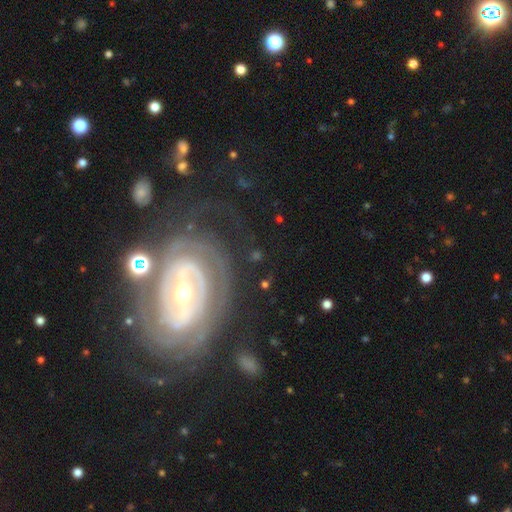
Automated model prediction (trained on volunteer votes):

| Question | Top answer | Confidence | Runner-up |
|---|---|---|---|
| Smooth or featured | featured or disk | 79% | smooth (13%) |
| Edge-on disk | no | 94% | yes (6%) |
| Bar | strong | 39% | weak (31%) |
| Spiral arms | yes | 85% | no (15%) |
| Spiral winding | tight | 64% | medium (26%) |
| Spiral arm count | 2 | 41% | can't tell (27%) |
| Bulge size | moderate | 49% | small (44%) |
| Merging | none | 63% | minor disturbance (17%) |